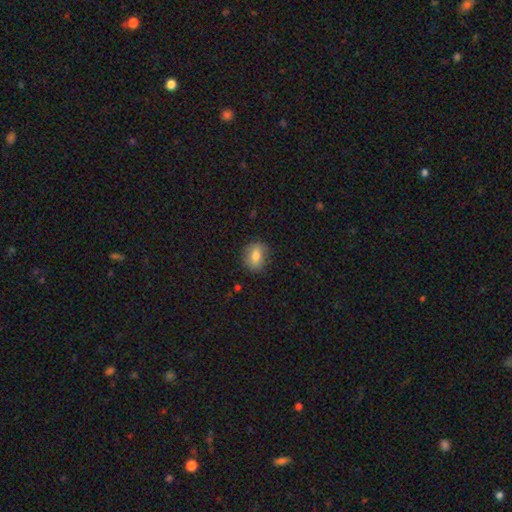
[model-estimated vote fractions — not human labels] smooth-or-featured: smooth: 79% | featured or disk: 12% | star or artifact: 9%
  how-rounded: in between: 53% | round: 45% | cigar-shaped: 2%
  merging: none: 80% | minor disturbance: 16% | major disturbance: 4% | merger: 1%